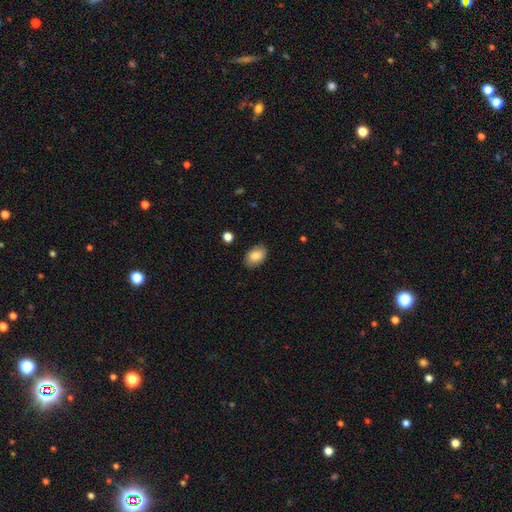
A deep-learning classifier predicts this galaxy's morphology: Smooth or featured?
  - smooth: 86% *
  - star or artifact: 7%
  - featured or disk: 7%
How rounded?
  - in between: 87% *
  - round: 12%
  - cigar-shaped: 1%
Merging?
  - none: 85% *
  - minor disturbance: 11%
  - major disturbance: 2%
  - merger: 1%